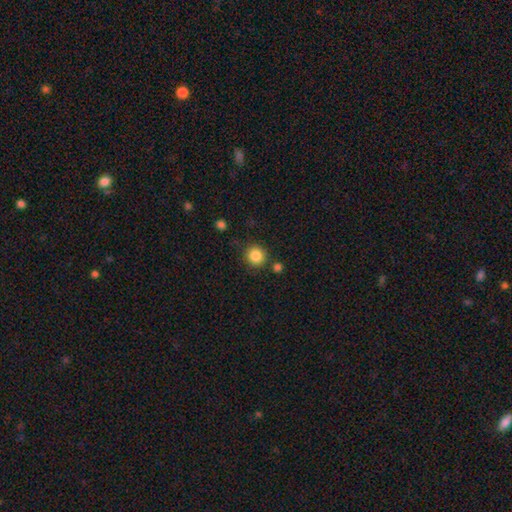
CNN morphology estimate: Smooth or featured? smooth (86%)
How rounded? round (92%)
Merging? none (83%)